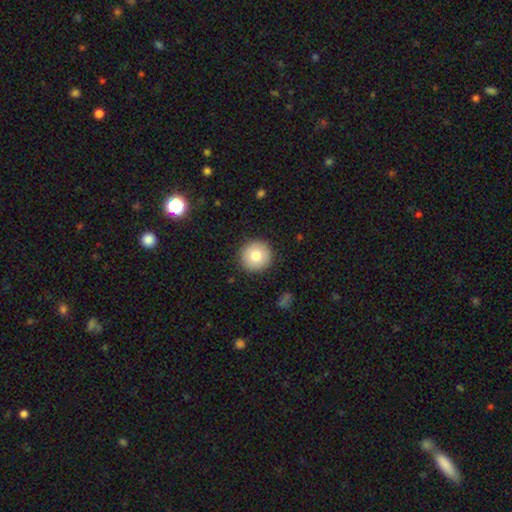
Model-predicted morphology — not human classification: Smooth or featured?
  - smooth: 80% *
  - featured or disk: 12%
  - star or artifact: 8%
How rounded?
  - round: 95% *
  - in between: 4%
  - cigar-shaped: 1%
Merging?
  - none: 91% *
  - minor disturbance: 6%
  - major disturbance: 2%
  - merger: 1%